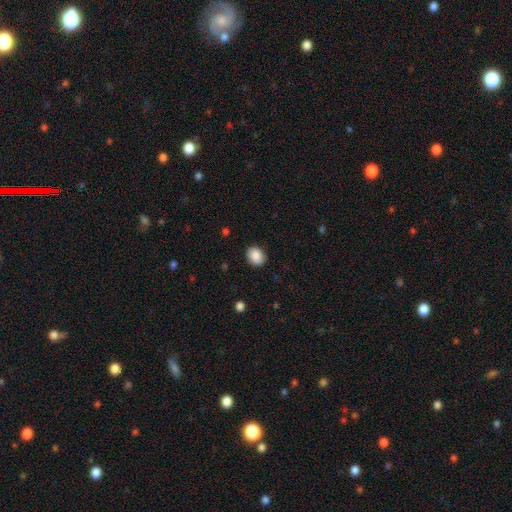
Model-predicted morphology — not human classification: Q: Smooth or featured?
A: smooth (88%); runner-up: star or artifact (8%)
Q: How rounded?
A: in between (50%); runner-up: round (49%)
Q: Merging?
A: none (89%); runner-up: minor disturbance (8%)